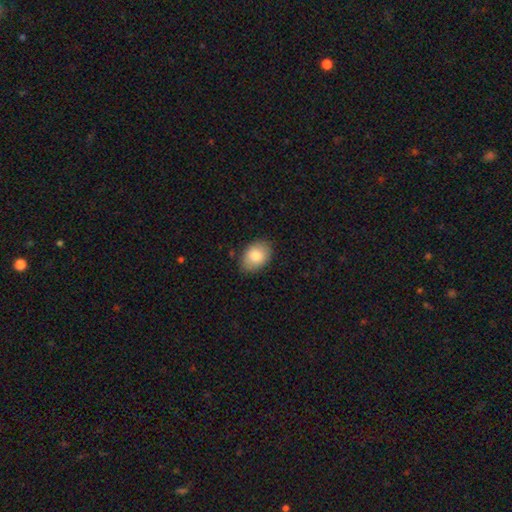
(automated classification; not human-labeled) Smooth or featured? smooth (83%)
How rounded? in between (81%)
Merging? none (84%)